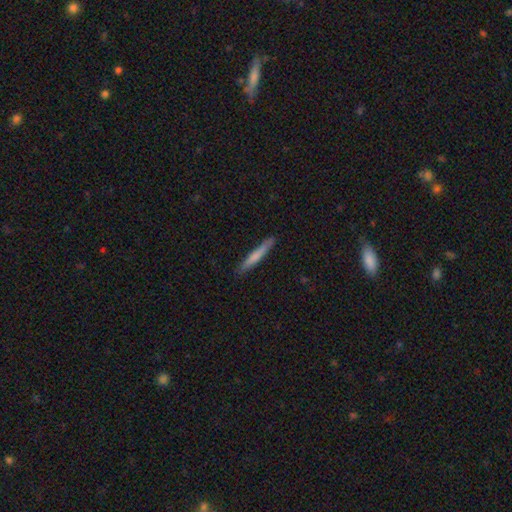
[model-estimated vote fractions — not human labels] smooth-or-featured: smooth: 69% | featured or disk: 26% | star or artifact: 5%
  how-rounded: cigar-shaped: 96% | in between: 3% | round: 1%
  merging: none: 89% | minor disturbance: 8% | major disturbance: 1% | merger: 1%